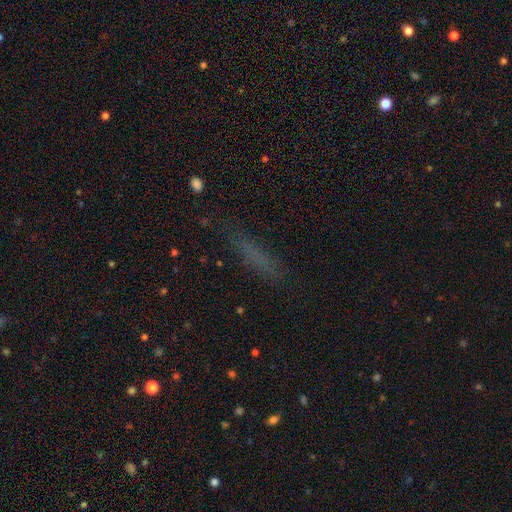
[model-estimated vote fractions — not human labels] Smooth or featured? Predicted: smooth (p=0.61). How rounded? Predicted: cigar-shaped (p=0.83). Merging? Predicted: none (p=0.78).